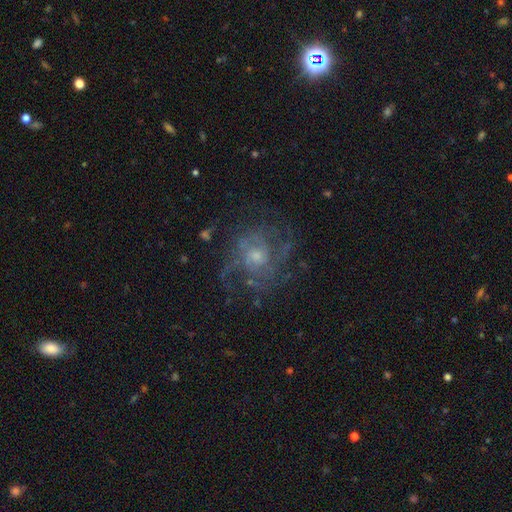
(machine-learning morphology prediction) A featured or disk galaxy (78%) with no bar (77%), tight (42%) spiral arms (86%) and a small central bulge (51%).

Vote fractions:
- Smooth or featured? featured or disk: 78% / smooth: 12% / star or artifact: 10%
- Edge-on disk? no: 98% / yes: 2%
- Bar? no: 77% / weak: 20% / strong: 3%
- Spiral arms? yes: 86% / no: 14%
- Spiral winding? tight: 42% / medium: 41% / loose: 17%
- Spiral arm count? can't tell: 37% / 3: 20% / 2: 17% / 4: 13% / more than 4: 7% / 1: 6%
- Bulge size? small: 51% / moderate: 41% / large: 4% / none: 3% / dominant: 1%
- Merging? none: 65% / minor disturbance: 17% / major disturbance: 16% / merger: 2%